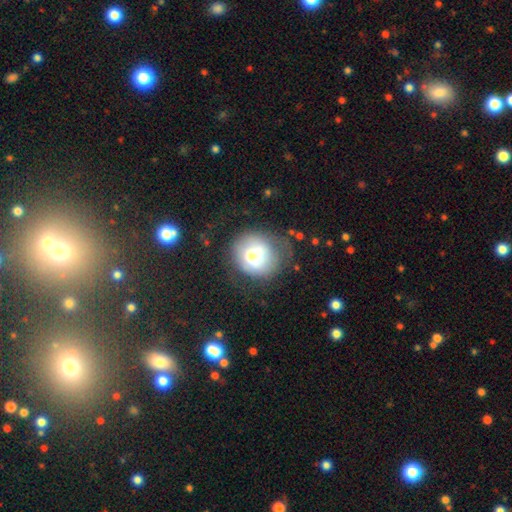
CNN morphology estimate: Q: Smooth or featured?
A: smooth (63%); runner-up: featured or disk (27%)
Q: How rounded?
A: round (82%); runner-up: in between (17%)
Q: Merging?
A: none (50%); runner-up: minor disturbance (25%)